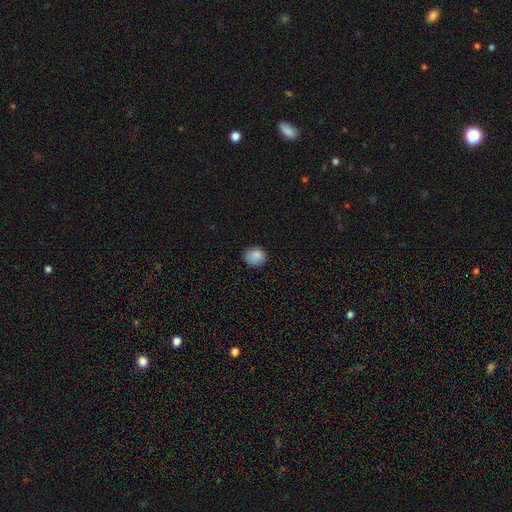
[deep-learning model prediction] Q: Smooth or featured?
A: smooth (87%); runner-up: star or artifact (9%)
Q: How rounded?
A: round (79%); runner-up: in between (20%)
Q: Merging?
A: none (82%); runner-up: minor disturbance (14%)